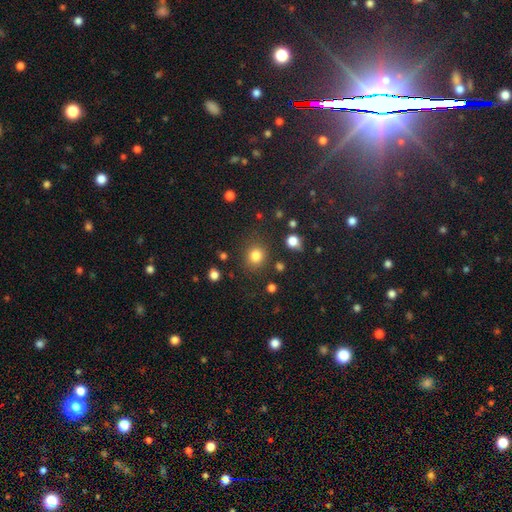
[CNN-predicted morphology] The model was most divided on "how rounded": round: 83%, in between: 16%, cigar-shaped: 1%. More confident: merging — none (83%); smooth or featured — smooth (82%).